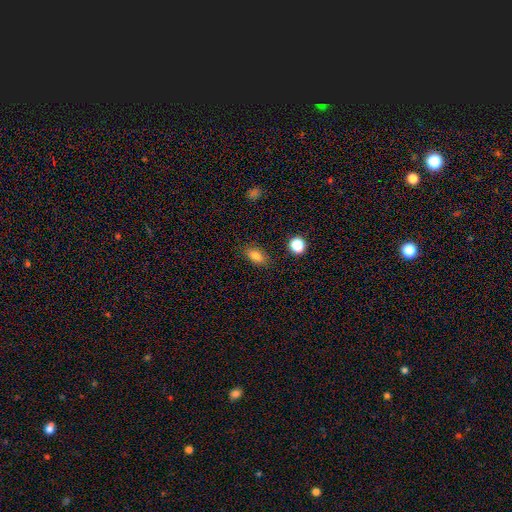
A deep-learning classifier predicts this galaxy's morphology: A smooth galaxy with no disk features (81%) that is in between round and cigar-shaped (83%).

Vote fractions:
- Smooth or featured? smooth: 81% / star or artifact: 11% / featured or disk: 8%
- How rounded? in between: 83% / cigar-shaped: 9% / round: 8%
- Merging? none: 84% / minor disturbance: 11% / major disturbance: 3% / merger: 2%